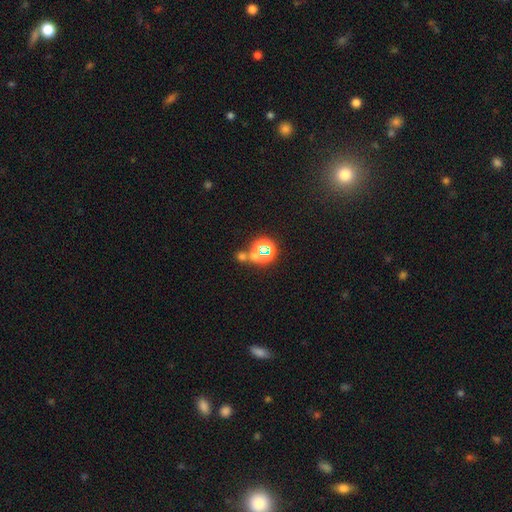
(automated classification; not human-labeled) This appears to be a star or artifact, not a galaxy (60%).